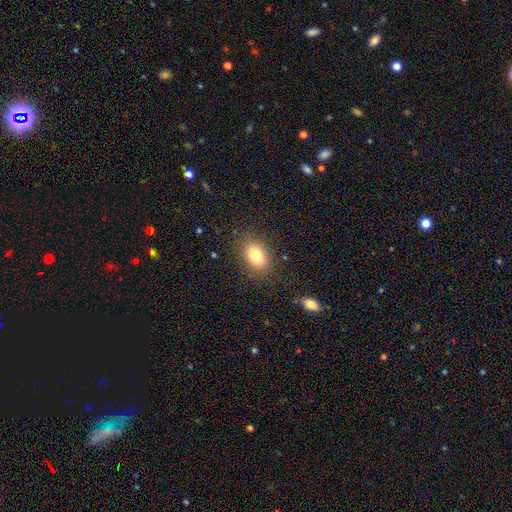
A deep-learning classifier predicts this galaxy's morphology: A smooth galaxy with no disk features (80%) that is in between round and cigar-shaped (82%). Merging: none (84%).